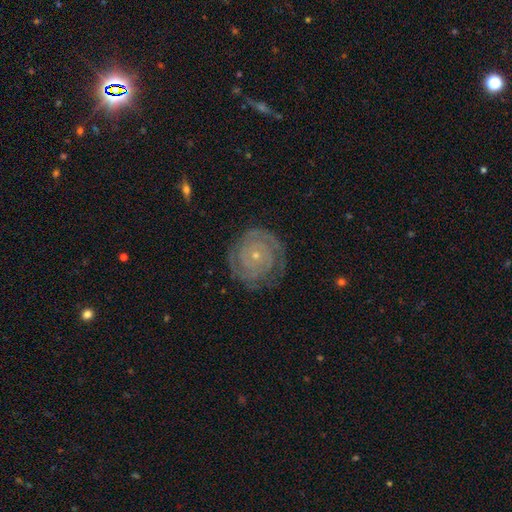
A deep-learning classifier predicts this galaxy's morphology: smooth-or-featured: featured or disk: 87% | smooth: 7% | star or artifact: 6%
  disk-edge-on: no: 98% | yes: 2%
    bar: no: 79% | weak: 16% | strong: 5%
    has-spiral-arms: yes: 97% | no: 3%
      spiral-winding: tight: 84% | medium: 14% | loose: 3%
      spiral-arm-count: 2: 53% | can't tell: 16% | 3: 15% | 4: 6% | 1: 5% | more than 4: 5%
    bulge-size: small: 82% | moderate: 14% | none: 2% | large: 1% | dominant: 1%
  merging: none: 81% | minor disturbance: 13% | major disturbance: 5% | merger: 1%